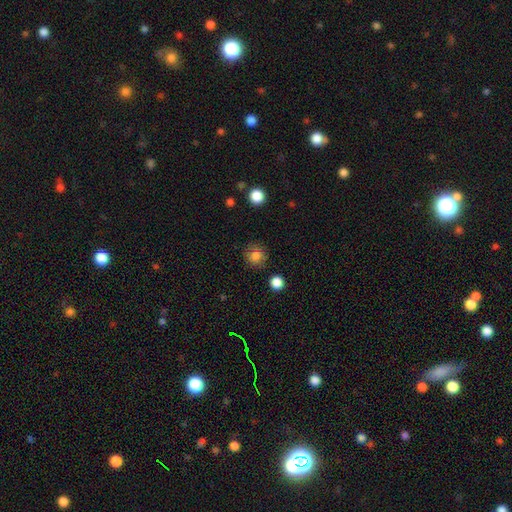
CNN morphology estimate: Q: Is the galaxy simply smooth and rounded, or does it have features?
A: smooth — 82%.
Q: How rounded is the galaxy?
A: round — 89%.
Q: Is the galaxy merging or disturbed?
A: none — 83%.